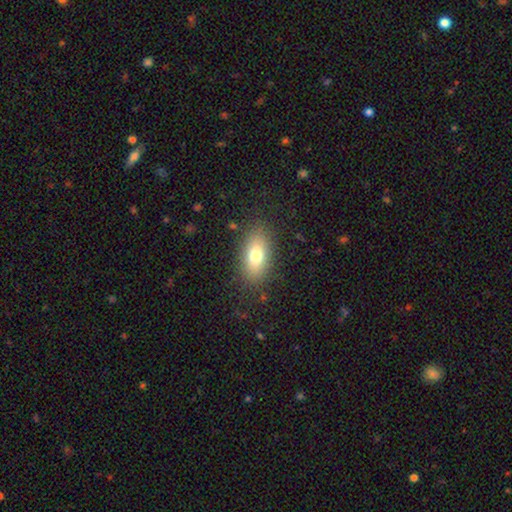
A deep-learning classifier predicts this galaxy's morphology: Smooth or featured: smooth — 76% (featured or disk — 15%)
How rounded: in between — 87% (round — 7%)
Merging: none — 84% (minor disturbance — 11%)